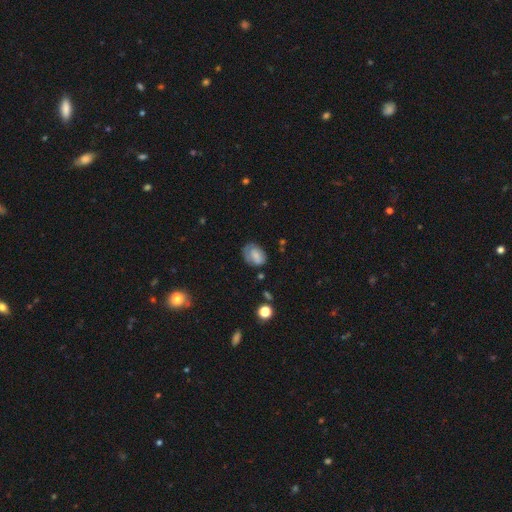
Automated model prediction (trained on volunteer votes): smooth 65%, featured or disk 26%, star or artifact 9%. Down the decision tree: how rounded — in between (73%); merging — none (56%).